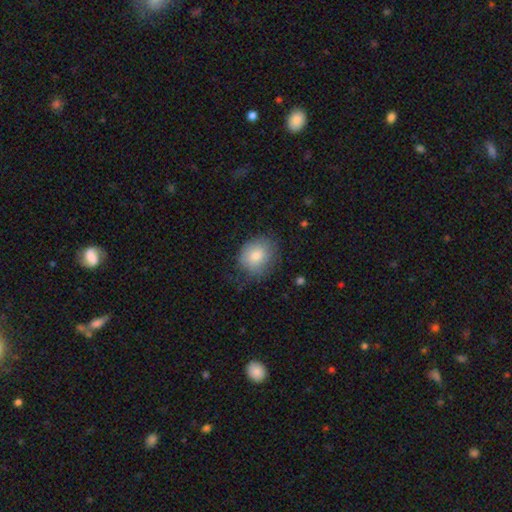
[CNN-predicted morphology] This is likely a smooth galaxy (80%). How rounded: likely round (63%). Merging: likely none (68%).